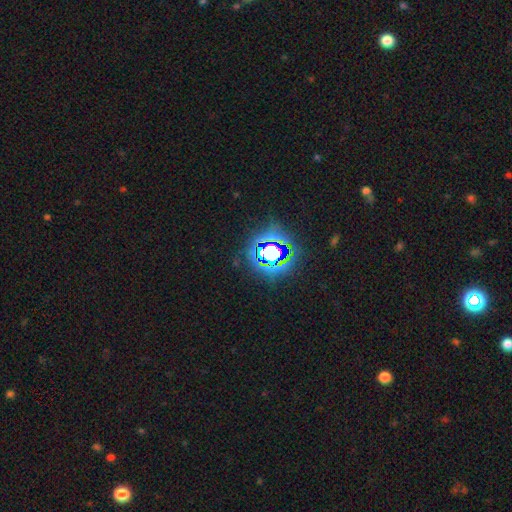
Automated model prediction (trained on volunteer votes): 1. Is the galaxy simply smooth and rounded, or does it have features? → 82% star or artifact, 12% smooth, 6% featured or disk.